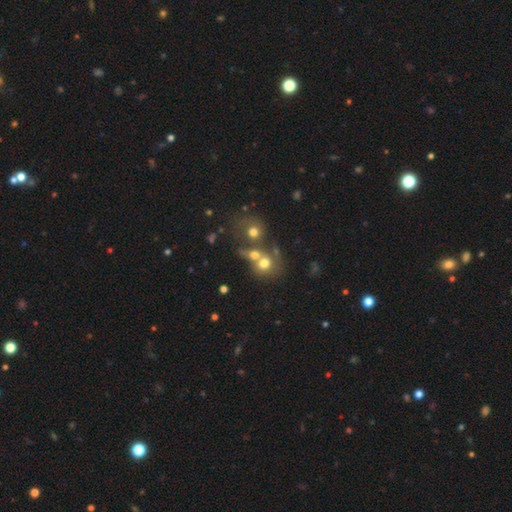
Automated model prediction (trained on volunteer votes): Smooth or featured? smooth (60%)
How rounded? round (75%)
Merging? merger (56%)